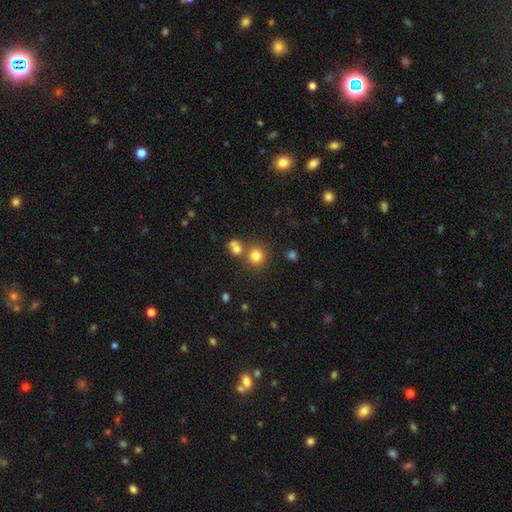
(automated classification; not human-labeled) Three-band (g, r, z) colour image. It shows a smooth galaxy with no disk features (80%) that is round (88%). Merging: none (67%).